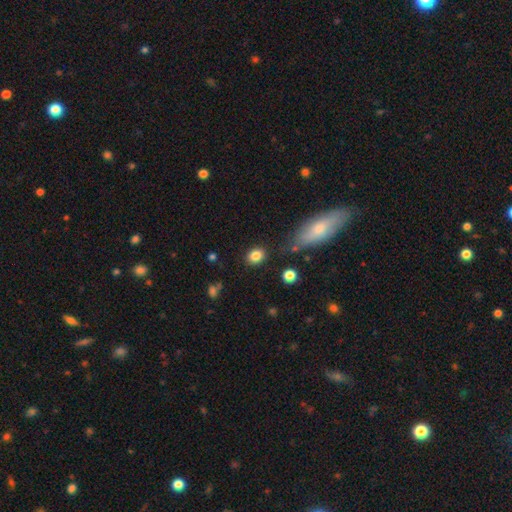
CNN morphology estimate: Overall: smooth (84%). How rounded: round (50%; in between 48%). Merging: none (82%).